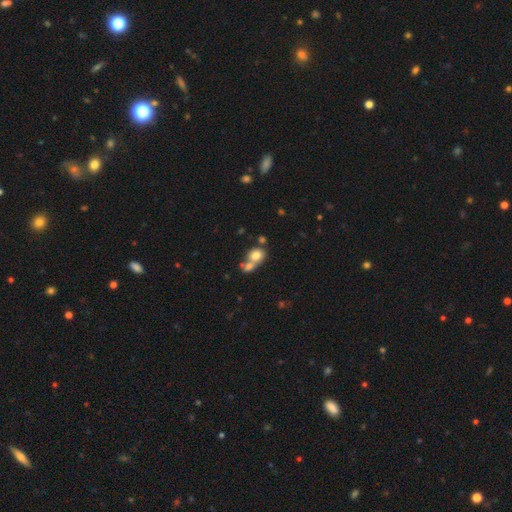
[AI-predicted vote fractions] A smooth galaxy with no disk features (77%) that is round (61%).

Vote fractions:
- Smooth or featured? smooth: 77% / featured or disk: 13% / star or artifact: 10%
- How rounded? round: 61% / in between: 38% / cigar-shaped: 1%
- Merging? merger: 56% / none: 32% / minor disturbance: 8% / major disturbance: 4%